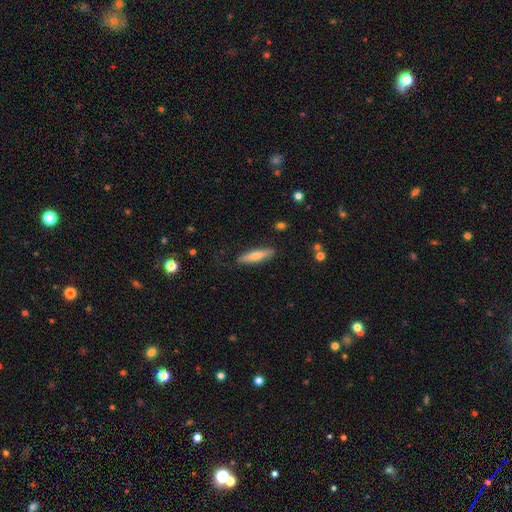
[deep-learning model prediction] smooth-or-featured: smooth: 60% | featured or disk: 34% | star or artifact: 6%
  how-rounded: cigar-shaped: 73% | in between: 25% | round: 2%
  merging: none: 80% | minor disturbance: 15% | major disturbance: 4% | merger: 1%